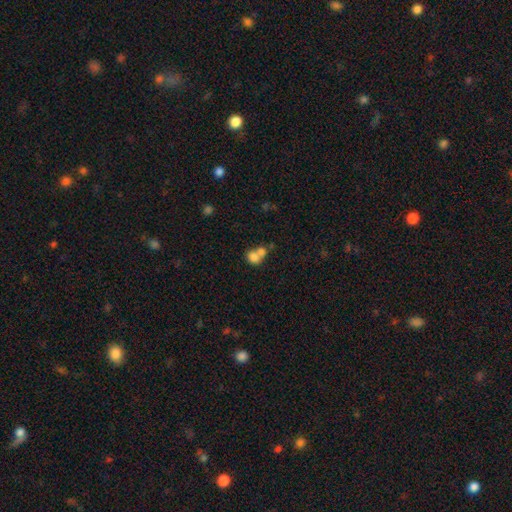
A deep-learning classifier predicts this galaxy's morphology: smooth_or_featured: smooth (p=0.75) [alt: featured or disk p=0.14]
how_rounded: round (p=0.66) [alt: in between p=0.33]
merging: merger (p=0.63) [alt: none p=0.27]